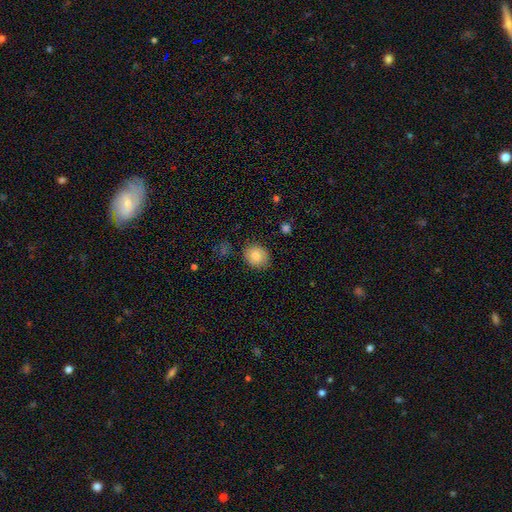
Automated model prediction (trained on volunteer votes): Smooth or featured?
  - smooth: 73% *
  - featured or disk: 18%
  - star or artifact: 9%
How rounded?
  - round: 62% *
  - in between: 37%
  - cigar-shaped: 1%
Merging?
  - none: 81% *
  - minor disturbance: 14%
  - major disturbance: 3%
  - merger: 2%